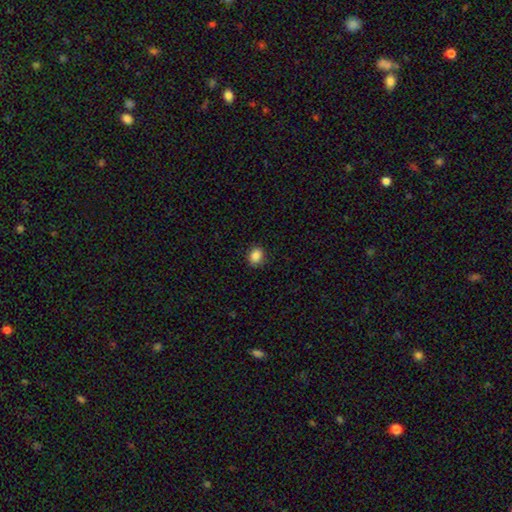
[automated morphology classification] smooth 87%, star or artifact 9%, featured or disk 4%. Down the decision tree: how rounded — round (55%); merging — none (88%).